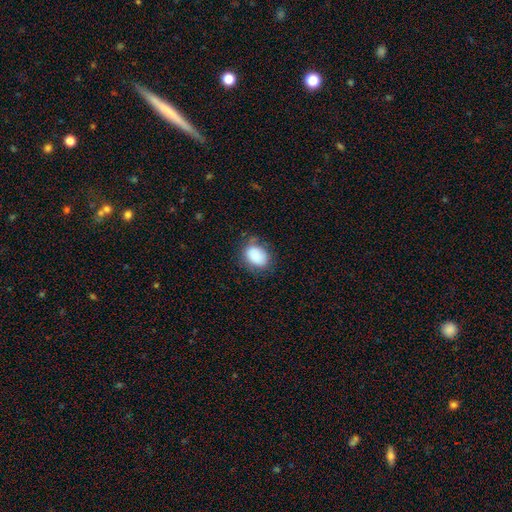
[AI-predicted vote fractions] Overall: smooth (86%). How rounded: in between (75%). Merging: none (70%).